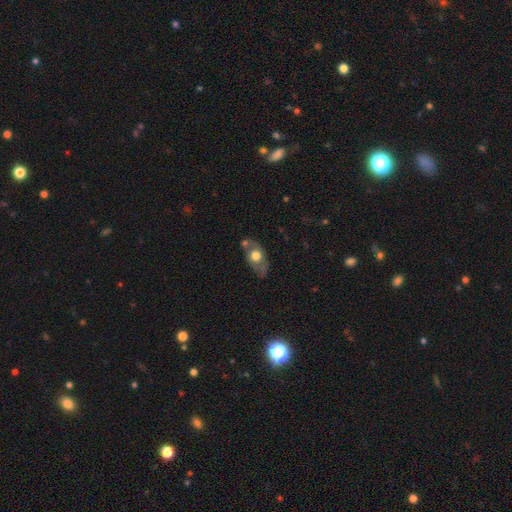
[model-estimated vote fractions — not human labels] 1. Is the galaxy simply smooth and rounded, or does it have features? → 49% smooth, 44% featured or disk, 7% star or artifact.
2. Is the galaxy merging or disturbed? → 58% none, 24% minor disturbance, 10% merger, 8% major disturbance.